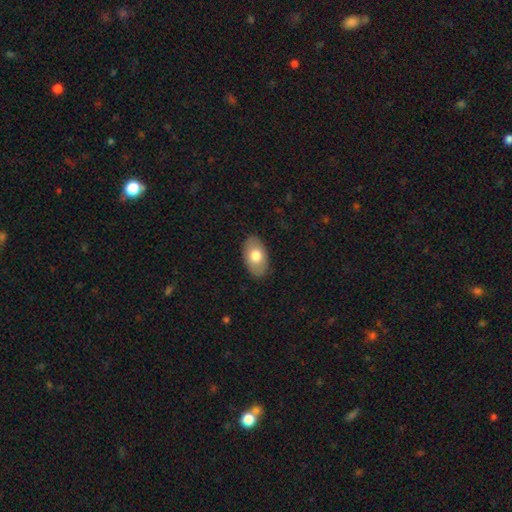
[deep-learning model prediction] This is likely a smooth galaxy (74%). How rounded: clearly in between (93%). Merging: clearly none (86%).